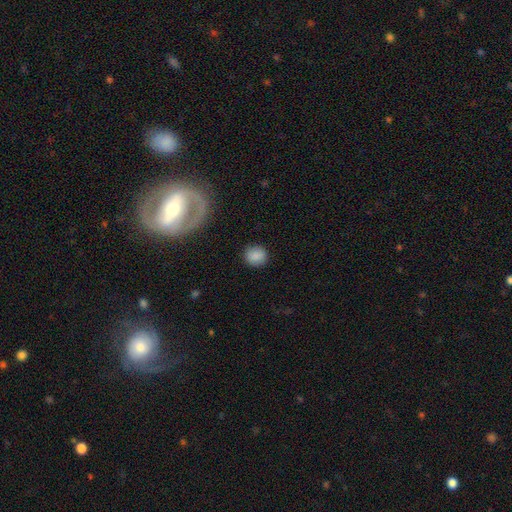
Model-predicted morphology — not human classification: Smooth or featured? Predicted: smooth (p=0.87). How rounded? Predicted: round (p=0.86). Merging? Predicted: none (p=0.88).